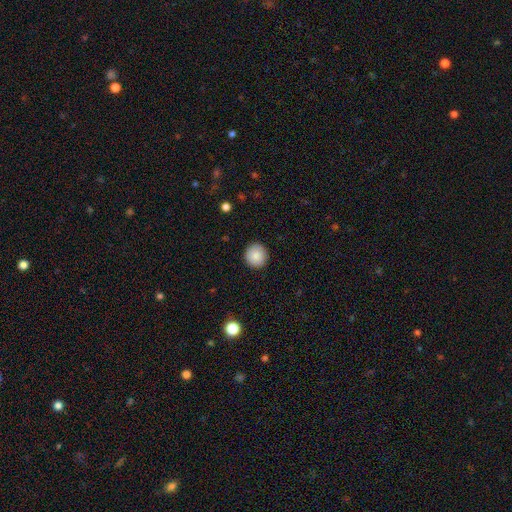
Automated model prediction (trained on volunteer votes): Morphology: type=smooth (88%); roundness=round (93%); merging=none (91%).